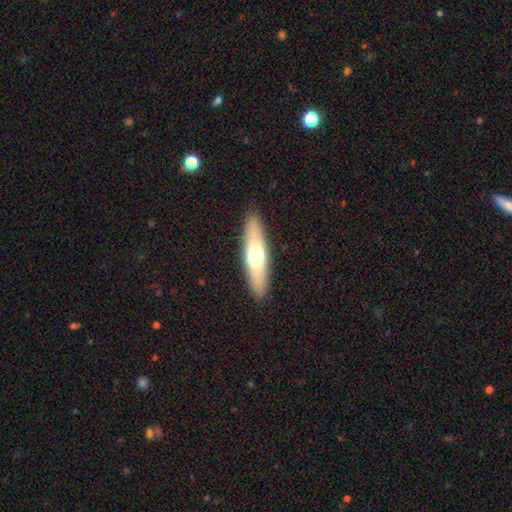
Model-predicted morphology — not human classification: The model was most divided on "smooth or featured": smooth: 56%, featured or disk: 37%, star or artifact: 7%. More confident: merging — none (89%); how rounded — cigar-shaped (65%).